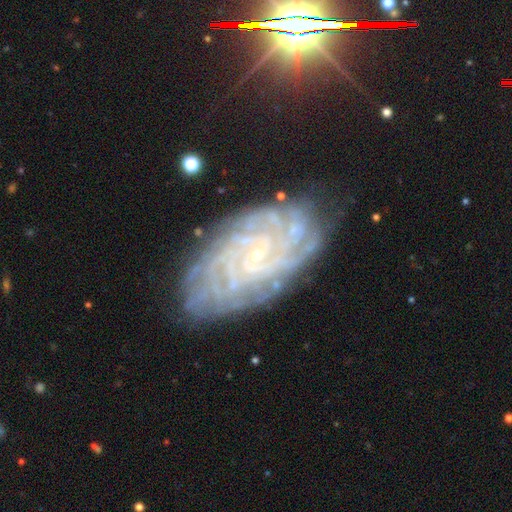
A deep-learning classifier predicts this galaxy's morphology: type=featured or disk (86%); edge-on=no (96%); bar=no (64%); spiral arms=yes (97%); winding=tight (79%); arm count=more than 4 (31%); bulge=small (86%); merging=none (79%).